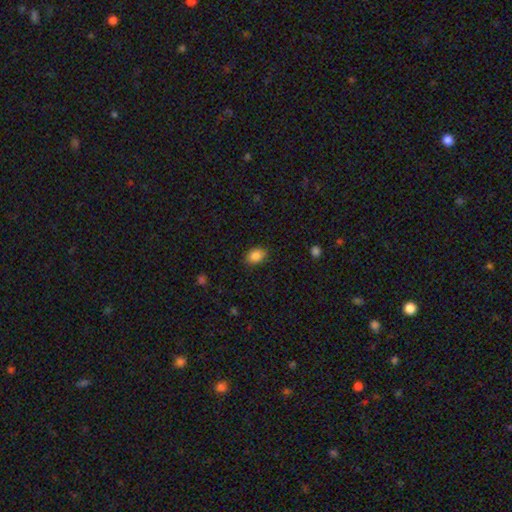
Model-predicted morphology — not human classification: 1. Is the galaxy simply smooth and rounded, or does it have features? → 87% smooth, 8% star or artifact, 5% featured or disk.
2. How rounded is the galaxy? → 79% in between, 20% round, 1% cigar-shaped.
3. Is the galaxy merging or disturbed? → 85% none, 12% minor disturbance, 3% major disturbance, 1% merger.